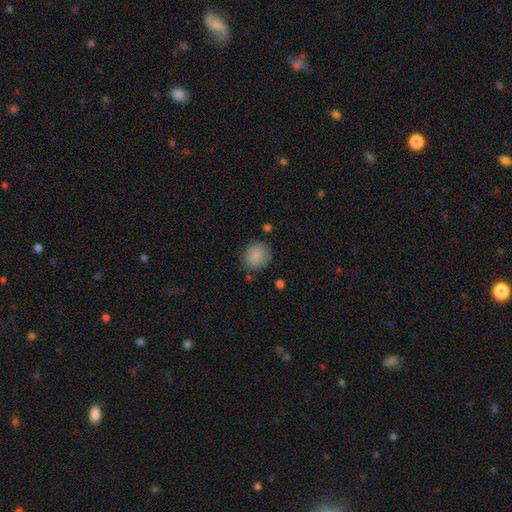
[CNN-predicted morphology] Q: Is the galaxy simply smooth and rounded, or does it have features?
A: smooth — 86%.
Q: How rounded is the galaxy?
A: round — 80%.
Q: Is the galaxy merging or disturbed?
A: none — 81%.